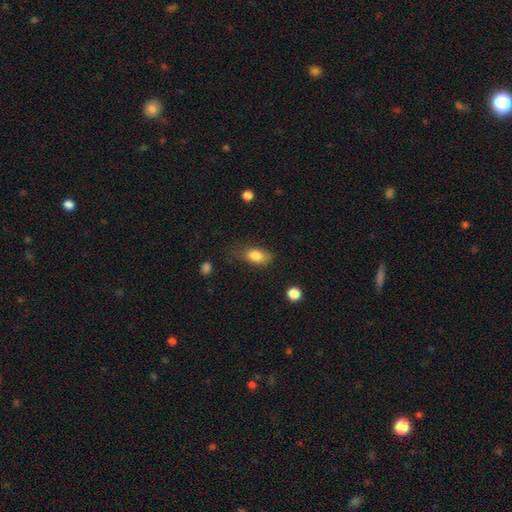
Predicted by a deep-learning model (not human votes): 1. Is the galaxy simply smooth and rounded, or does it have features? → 83% smooth, 9% featured or disk, 8% star or artifact.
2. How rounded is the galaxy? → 85% in between, 11% round, 4% cigar-shaped.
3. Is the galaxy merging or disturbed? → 62% none, 26% minor disturbance, 10% major disturbance, 2% merger.